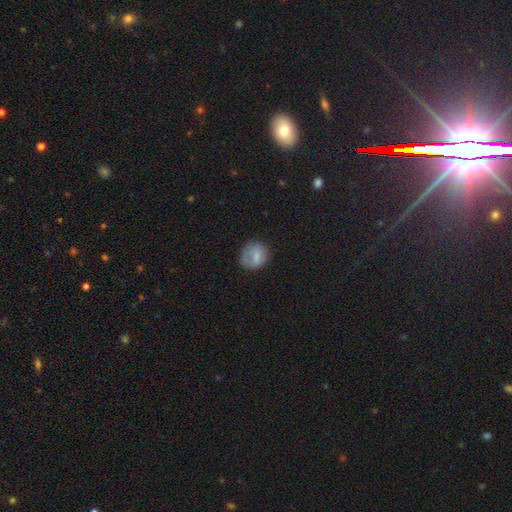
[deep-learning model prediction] Morphology: type=smooth (73%); roundness=round (69%); merging=none (60%).